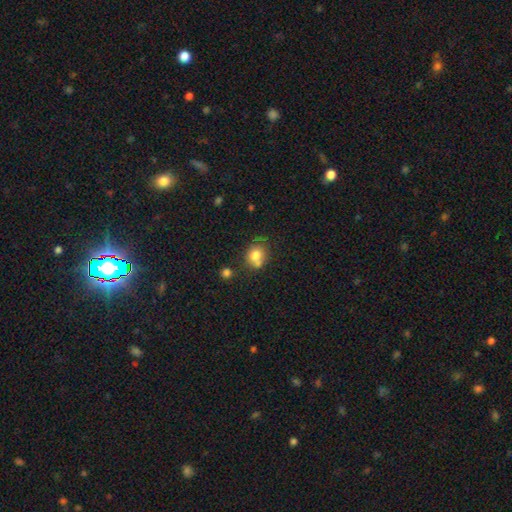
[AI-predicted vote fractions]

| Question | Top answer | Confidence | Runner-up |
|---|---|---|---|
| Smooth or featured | smooth | 76% | featured or disk (14%) |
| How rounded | round | 67% | in between (32%) |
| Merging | none | 48% | merger (27%) |